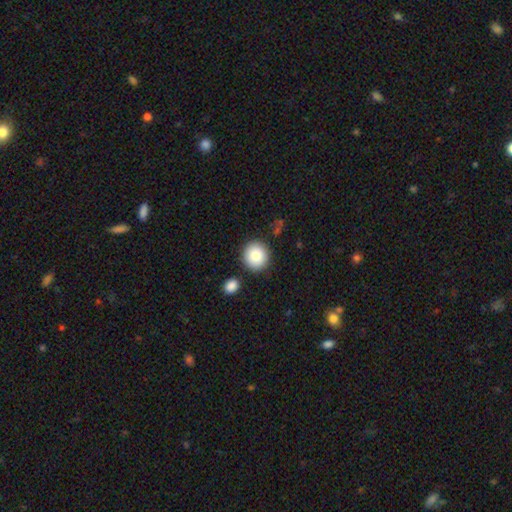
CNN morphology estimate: This appears to be a smooth galaxy with no disk features (84%) that is round (92%). Merging: none (86%).